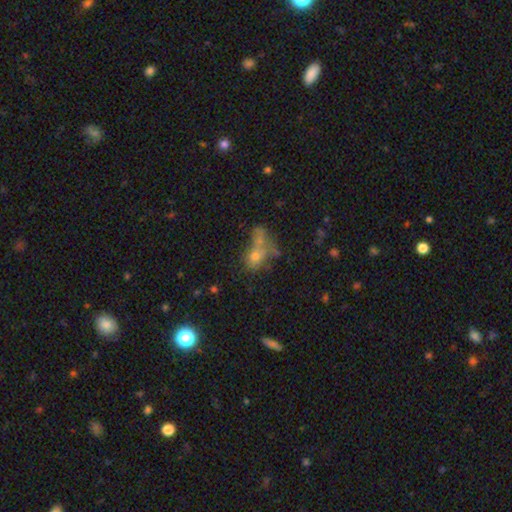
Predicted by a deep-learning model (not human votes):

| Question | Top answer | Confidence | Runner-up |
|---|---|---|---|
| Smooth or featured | smooth | 57% | featured or disk (21%) |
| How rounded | in between | 56% | round (39%) |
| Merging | merger | 41% | none (31%) |